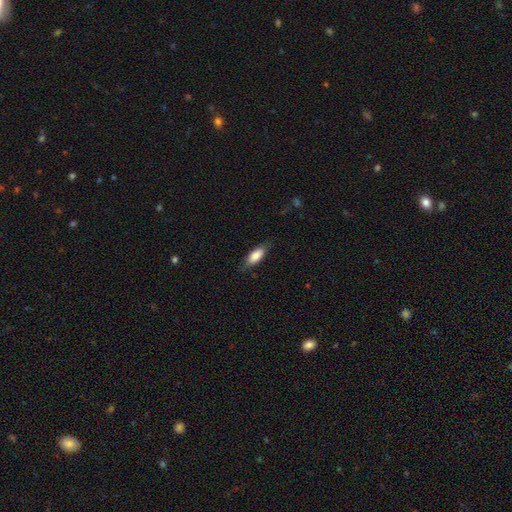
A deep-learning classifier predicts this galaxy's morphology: This is likely a smooth galaxy (75%). How rounded: likely in between (71%). Merging: likely none (75%).